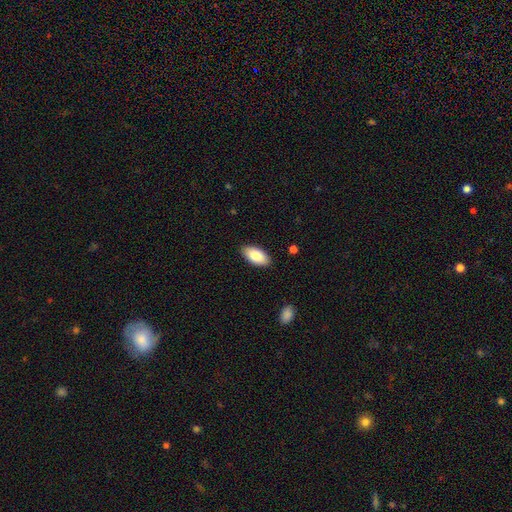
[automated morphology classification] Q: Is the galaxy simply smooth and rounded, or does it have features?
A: smooth — 83%.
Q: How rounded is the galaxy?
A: in between — 94%.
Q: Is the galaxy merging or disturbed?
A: none — 88%.